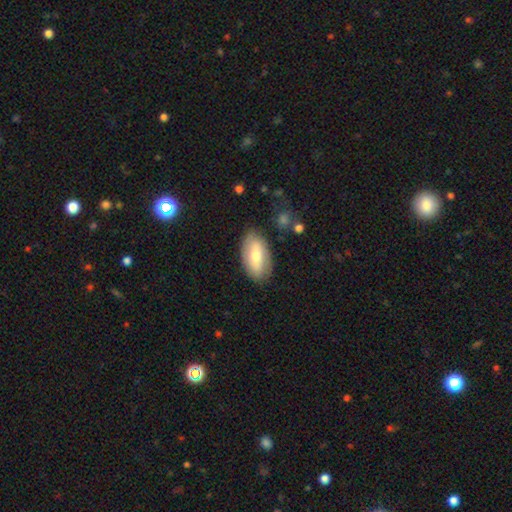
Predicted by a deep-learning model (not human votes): This appears to be a smooth galaxy with no disk features (58%) that is in between round and cigar-shaped (93%). Merging: none (81%).